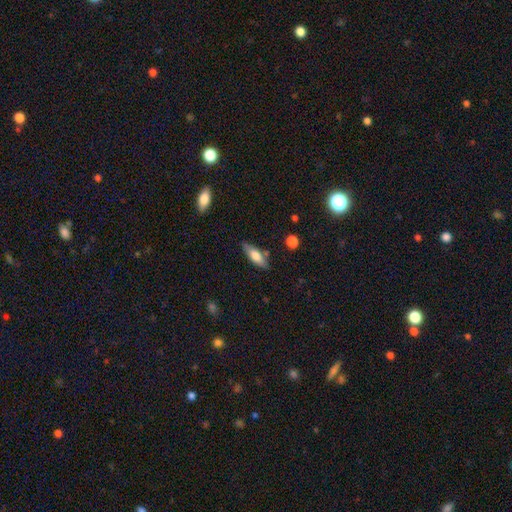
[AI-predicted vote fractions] Morphology: type=smooth (68%); roundness=in between (56%); merging=none (78%).